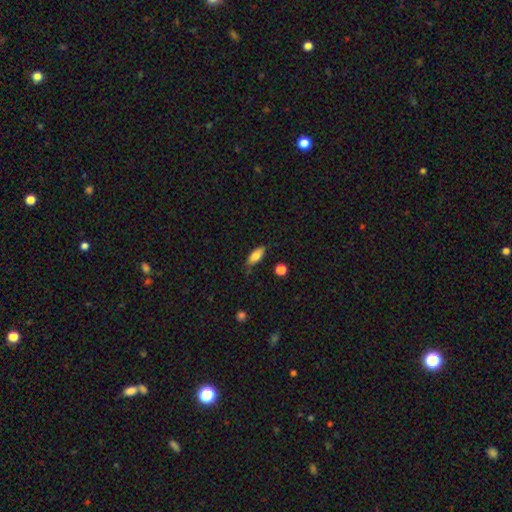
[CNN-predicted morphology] smooth-or-featured: smooth: 78% | featured or disk: 14% | star or artifact: 7%
  how-rounded: in between: 77% | cigar-shaped: 20% | round: 3%
  merging: none: 78% | minor disturbance: 16% | major disturbance: 3% | merger: 2%